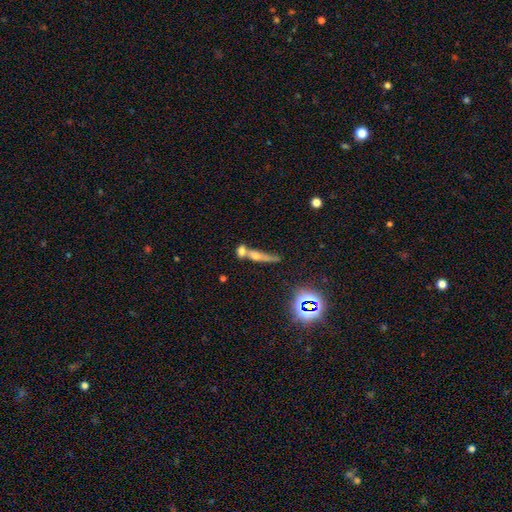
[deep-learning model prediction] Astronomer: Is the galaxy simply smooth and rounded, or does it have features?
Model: featured or disk — 42% (runner-up: smooth, 38%).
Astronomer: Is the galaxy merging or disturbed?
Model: merger — 45% (runner-up: none, 38%).